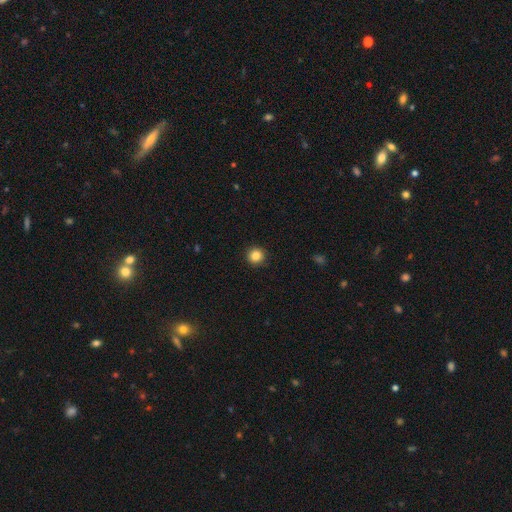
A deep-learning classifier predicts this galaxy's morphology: smooth 85%, star or artifact 10%, featured or disk 5%. Down the decision tree: how rounded — round (95%); merging — none (93%).